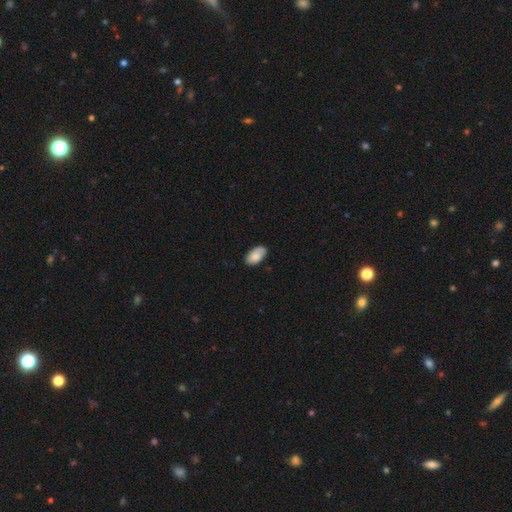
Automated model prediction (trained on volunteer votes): Smooth or featured: smooth — 81% (featured or disk — 13%)
How rounded: in between — 95% (round — 4%)
Merging: none — 78% (minor disturbance — 18%)